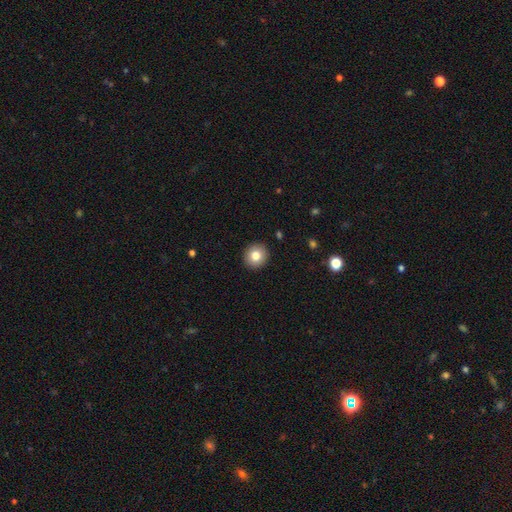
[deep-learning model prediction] A smooth galaxy with no disk features (81%) that is round (88%). Merging: none (92%).